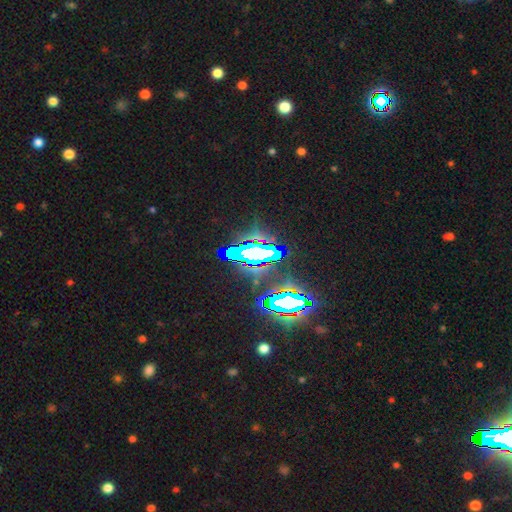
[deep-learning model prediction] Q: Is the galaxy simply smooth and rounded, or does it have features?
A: star or artifact — 68%.